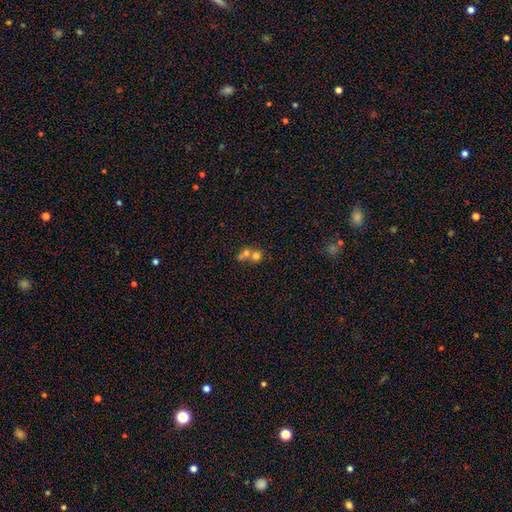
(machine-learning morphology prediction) A smooth galaxy with no disk features (70%) that is round (75%).

Vote fractions:
- Smooth or featured? smooth: 70% / featured or disk: 17% / star or artifact: 13%
- How rounded? round: 75% / in between: 23% / cigar-shaped: 2%
- Merging? merger: 65% / none: 26% / minor disturbance: 5% / major disturbance: 4%